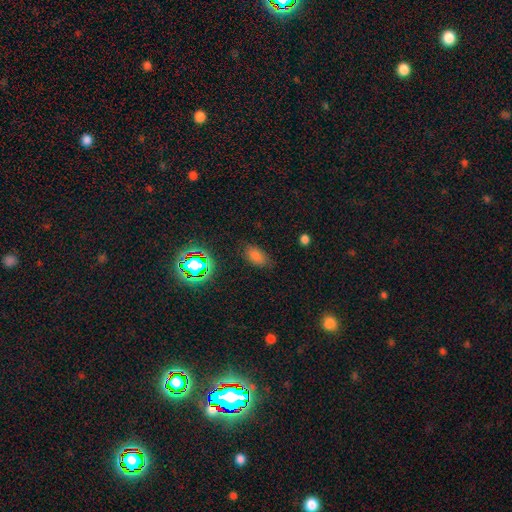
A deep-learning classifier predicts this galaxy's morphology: A smooth galaxy with no disk features (71%) that is in between round and cigar-shaped (89%). Merging: none (78%).